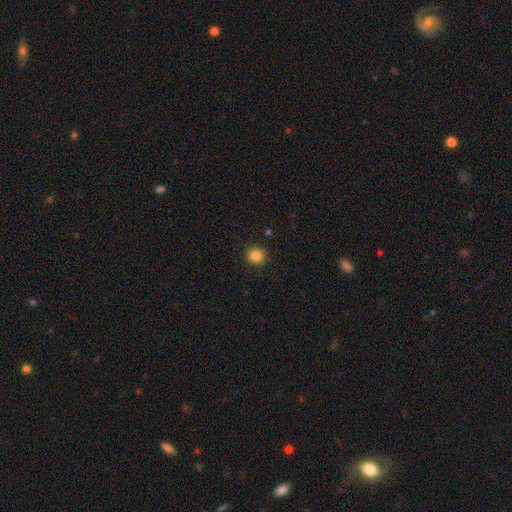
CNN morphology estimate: A smooth galaxy with no disk features (85%) that is round (92%). Merging: none (91%).